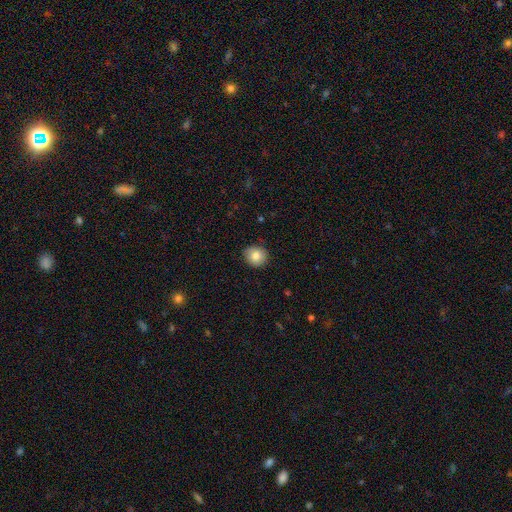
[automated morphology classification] Overall: smooth (83%). How rounded: round (85%). Merging: none (83%).